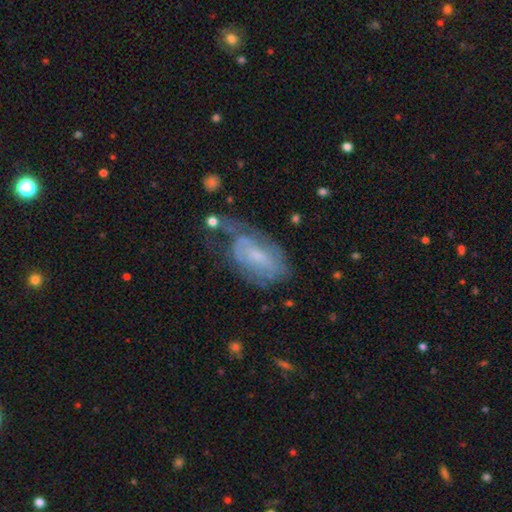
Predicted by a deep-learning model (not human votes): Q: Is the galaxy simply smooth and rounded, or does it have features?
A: featured or disk — 62%.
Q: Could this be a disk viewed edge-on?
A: no — 94%.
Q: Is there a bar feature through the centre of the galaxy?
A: no — 46%.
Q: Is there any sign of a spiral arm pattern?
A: yes — 72%.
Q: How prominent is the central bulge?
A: small — 50%.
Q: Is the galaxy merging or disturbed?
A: none — 40%.